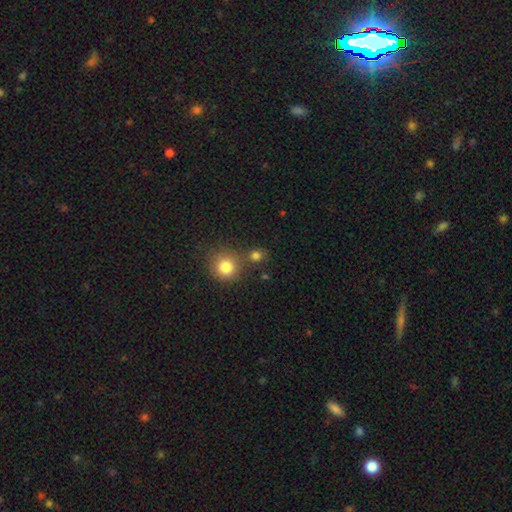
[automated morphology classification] Overall: smooth (78%). How rounded: round (83%). Merging: none (67%).